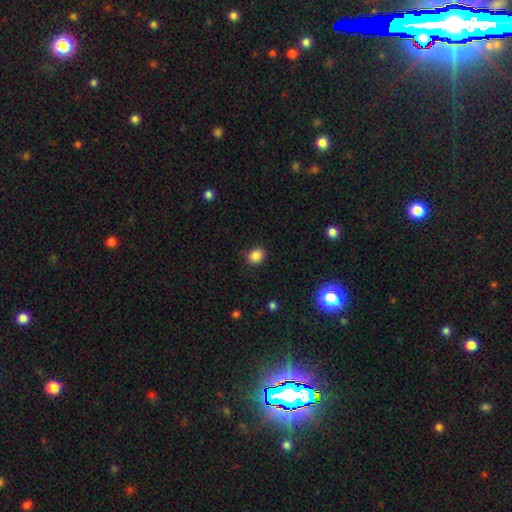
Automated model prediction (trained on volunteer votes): This appears to be a smooth galaxy with no disk features (86%) that is round (61%). Merging: none (84%).